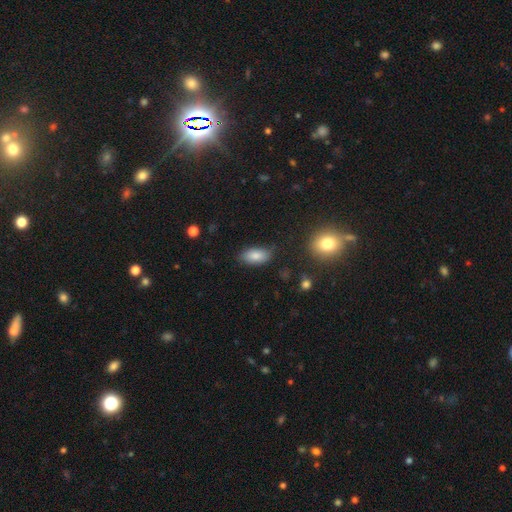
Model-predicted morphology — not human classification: This appears to be a smooth galaxy with no disk features (83%) that is in between round and cigar-shaped (92%). Merging: none (76%).